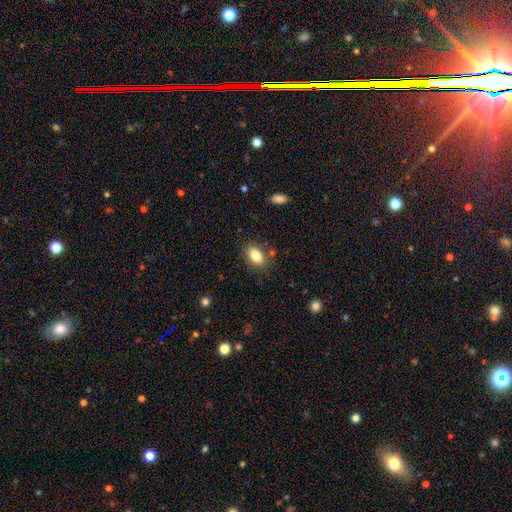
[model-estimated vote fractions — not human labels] Q: Smooth or featured?
A: smooth (80%); runner-up: featured or disk (12%)
Q: How rounded?
A: in between (89%); runner-up: round (9%)
Q: Merging?
A: none (80%); runner-up: minor disturbance (13%)